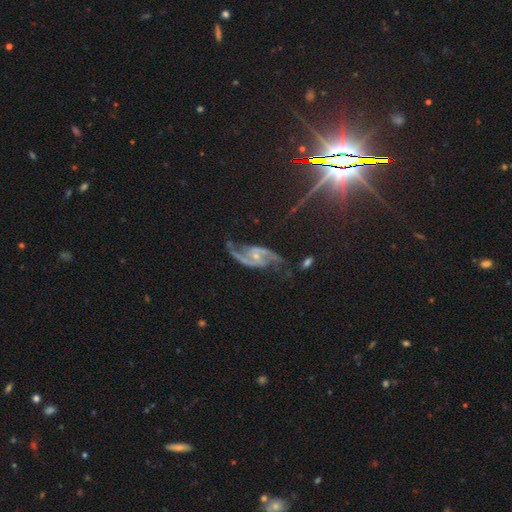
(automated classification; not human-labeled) This appears to be a featured or disk galaxy (88%) with no bar (46%), 2 (92%) loose (54%) spiral arms (96%) and a small central bulge (68%). Merging: none (64%).